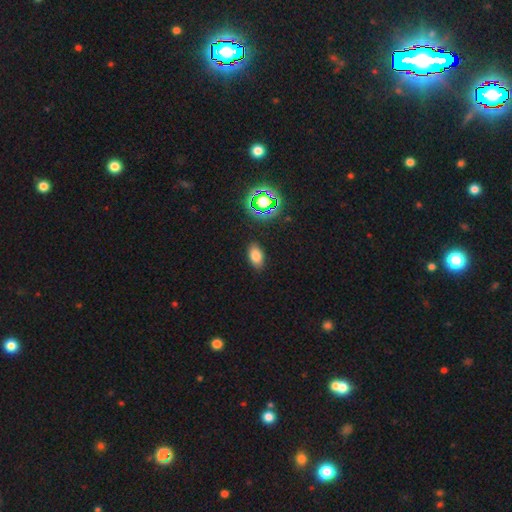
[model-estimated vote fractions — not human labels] Smooth or featured? Predicted: smooth (p=0.76). How rounded? Predicted: in between (p=0.89). Merging? Predicted: none (p=0.87).